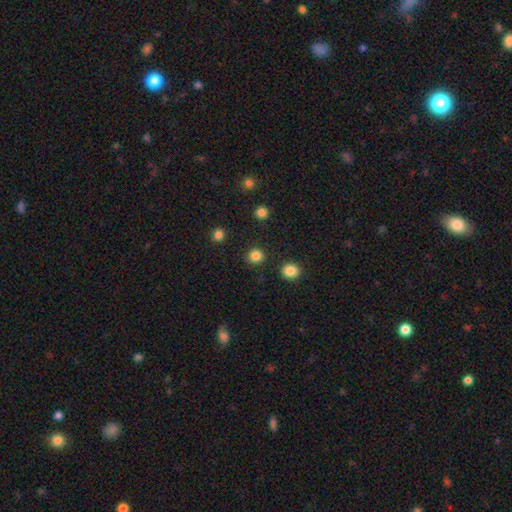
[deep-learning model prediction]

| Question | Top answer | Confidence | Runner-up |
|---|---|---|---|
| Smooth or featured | smooth | 84% | star or artifact (12%) |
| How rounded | round | 90% | in between (9%) |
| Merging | none | 90% | minor disturbance (6%) |